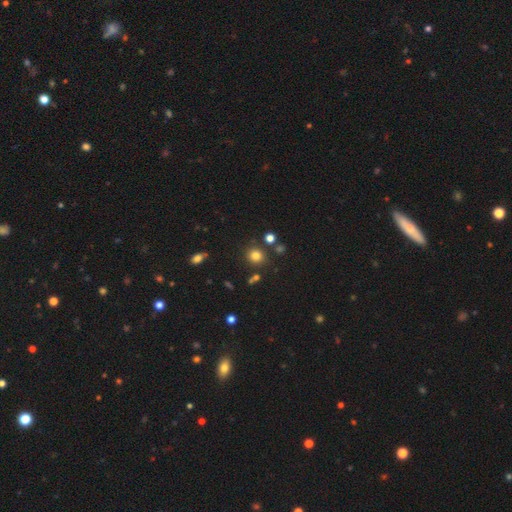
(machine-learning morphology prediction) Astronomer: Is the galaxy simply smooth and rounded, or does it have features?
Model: smooth — 79%.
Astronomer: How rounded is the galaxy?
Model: round — 84%.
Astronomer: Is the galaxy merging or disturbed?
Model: none — 81%.